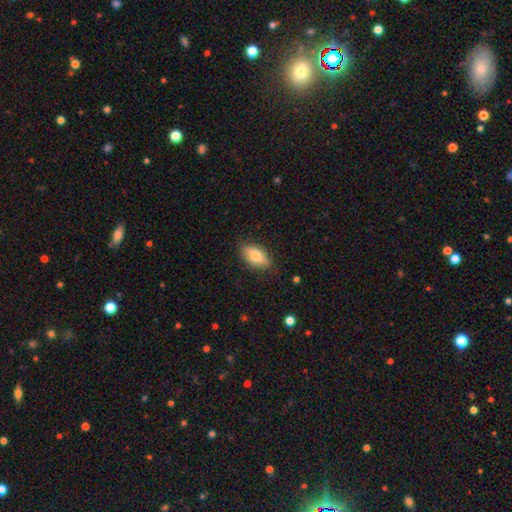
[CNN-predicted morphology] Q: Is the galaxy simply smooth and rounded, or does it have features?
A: smooth — 73%.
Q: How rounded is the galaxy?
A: in between — 86%.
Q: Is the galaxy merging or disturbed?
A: none — 83%.